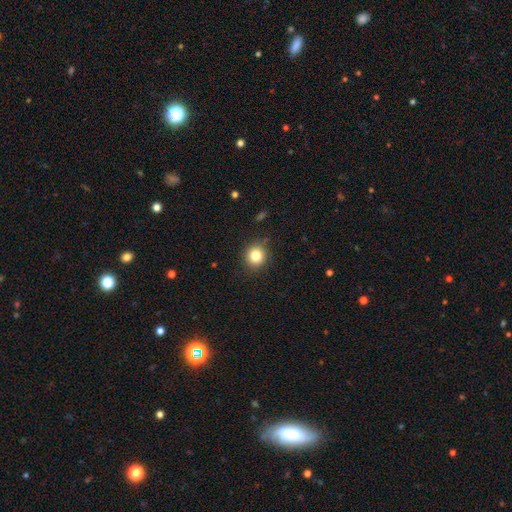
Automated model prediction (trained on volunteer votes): Q: Smooth or featured?
A: smooth (82%); runner-up: star or artifact (11%)
Q: How rounded?
A: round (87%); runner-up: in between (12%)
Q: Merging?
A: none (87%); runner-up: minor disturbance (9%)